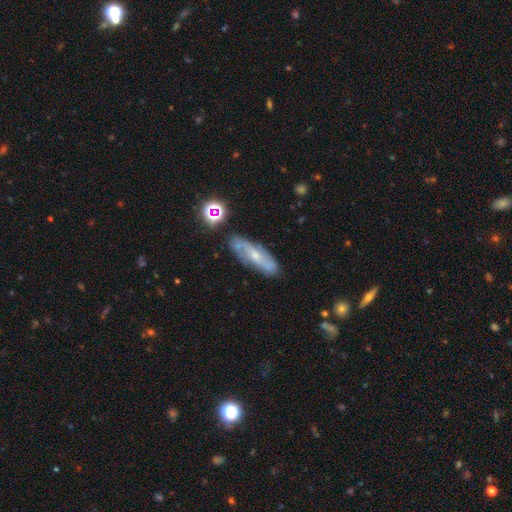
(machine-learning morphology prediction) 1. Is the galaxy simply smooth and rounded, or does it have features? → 65% featured or disk, 26% smooth, 9% star or artifact.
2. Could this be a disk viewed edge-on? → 77% no, 23% yes.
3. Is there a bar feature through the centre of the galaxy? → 52% no, 34% weak, 14% strong.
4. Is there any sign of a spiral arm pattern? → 84% yes, 16% no.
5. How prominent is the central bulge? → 66% small, 30% moderate, 3% none, 1% large, 1% dominant.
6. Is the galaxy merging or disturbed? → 78% none, 15% minor disturbance, 4% major disturbance, 4% merger.